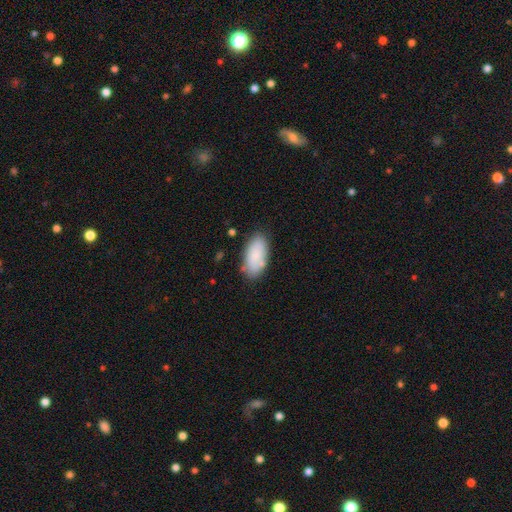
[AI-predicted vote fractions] Morphology: type=smooth (84%); roundness=in between (93%); merging=none (75%).